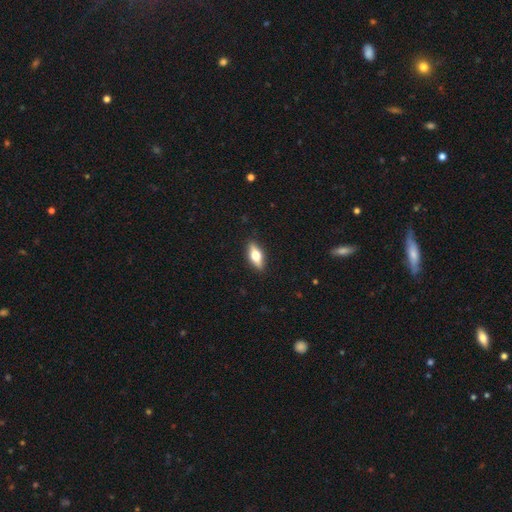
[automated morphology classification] Overall: smooth (55%; featured or disk 39%). How rounded: in between (70%). Merging: none (89%).